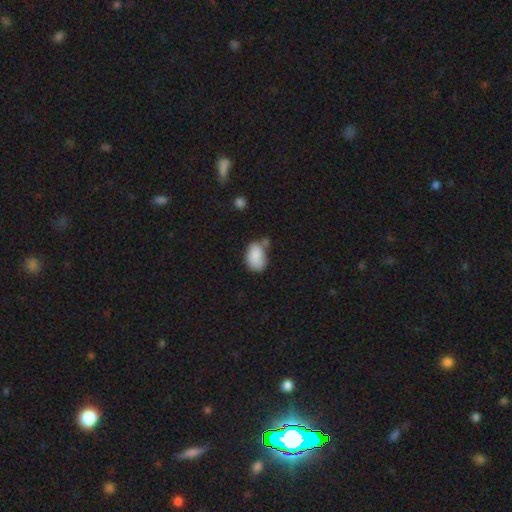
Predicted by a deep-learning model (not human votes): Smooth or featured: smooth — 84% (featured or disk — 9%)
How rounded: in between — 85% (round — 14%)
Merging: none — 43% (minor disturbance — 29%)